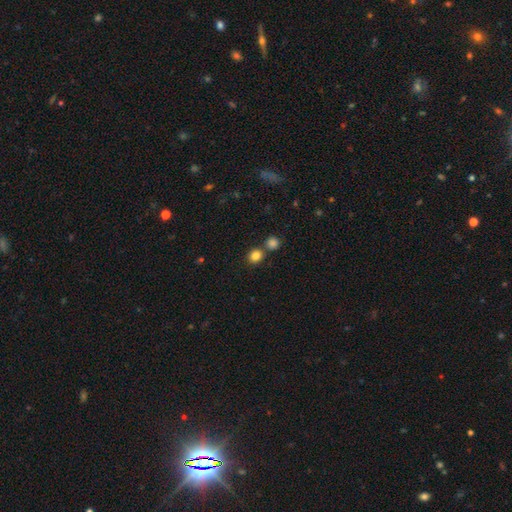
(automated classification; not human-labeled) Smooth or featured? smooth (83%)
How rounded? round (78%)
Merging? none (70%)